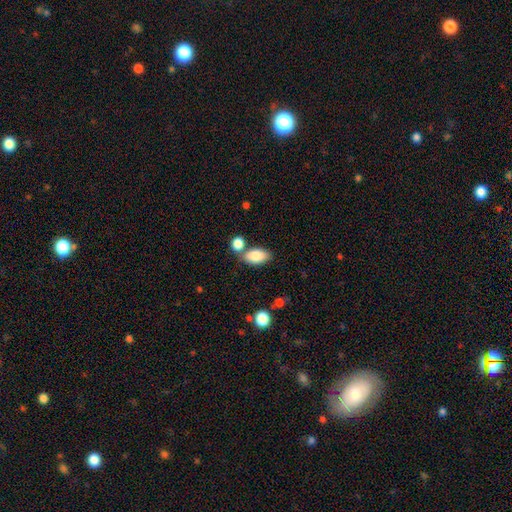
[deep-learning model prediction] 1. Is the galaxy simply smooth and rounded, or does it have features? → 84% smooth, 9% featured or disk, 7% star or artifact.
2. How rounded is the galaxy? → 92% in between, 5% round, 3% cigar-shaped.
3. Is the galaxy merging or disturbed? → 65% none, 19% merger, 12% minor disturbance, 3% major disturbance.